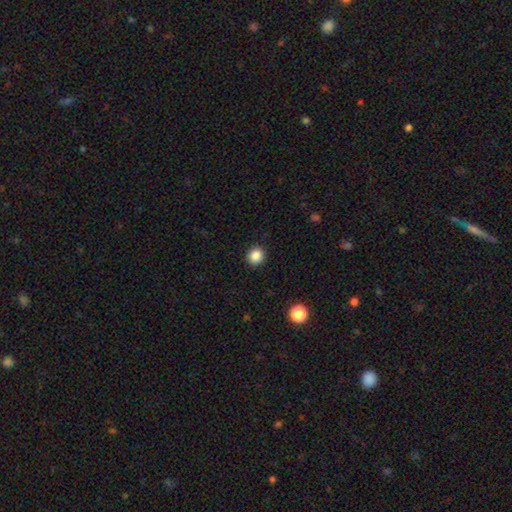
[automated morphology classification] Overall: smooth (86%). How rounded: round (91%). Merging: none (92%).